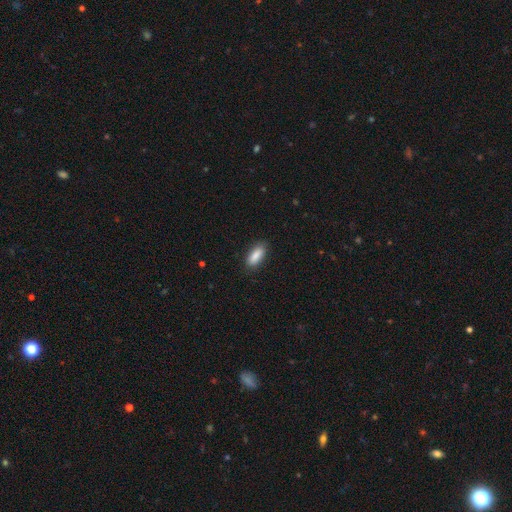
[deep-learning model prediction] smooth_or_featured: smooth (p=0.88) [alt: star or artifact p=0.06]
how_rounded: in between (p=0.77) [alt: cigar-shaped p=0.21]
merging: none (p=0.86) [alt: minor disturbance p=0.11]